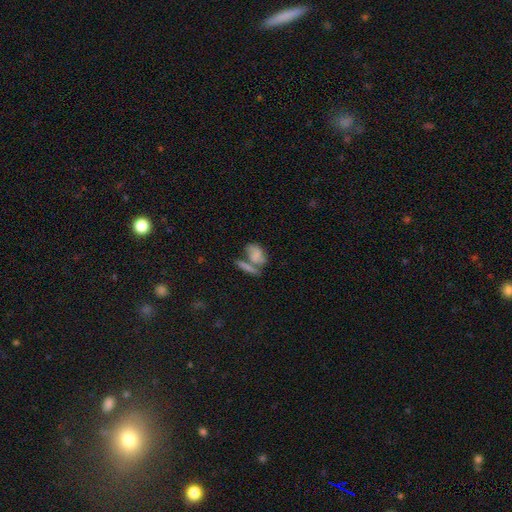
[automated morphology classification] Smooth or featured: smooth — 67% (featured or disk — 24%)
How rounded: in between — 81% (round — 12%)
Merging: merger — 47% (none — 30%)